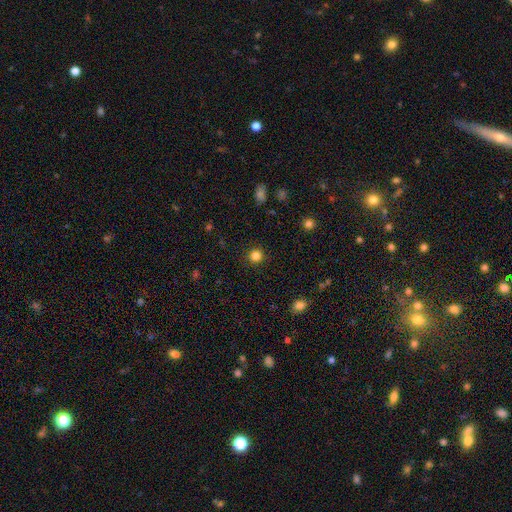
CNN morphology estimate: This is clearly a smooth galaxy (83%). How rounded: clearly round (94%). Merging: clearly none (92%).